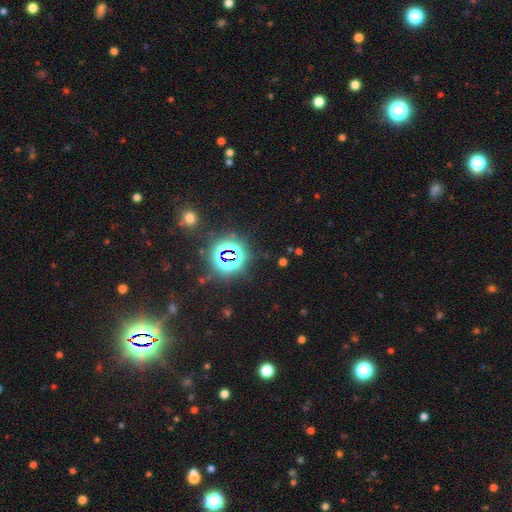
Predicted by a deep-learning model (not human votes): star or artifact 81%, smooth 12%, featured or disk 7%.